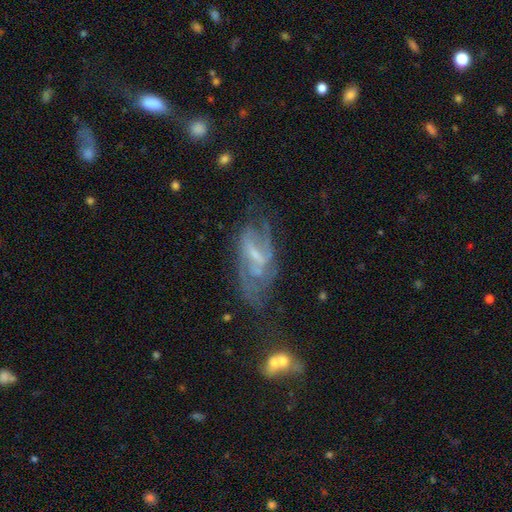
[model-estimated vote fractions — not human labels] Q: Smooth or featured?
A: featured or disk (78%); runner-up: smooth (13%)
Q: Edge-on disk?
A: no (93%); runner-up: yes (7%)
Q: Bar?
A: weak (47%); runner-up: strong (36%)
Q: Spiral arms?
A: yes (84%); runner-up: no (16%)
Q: Spiral winding?
A: medium (46%); runner-up: tight (29%)
Q: Spiral arm count?
A: 2 (51%); runner-up: can't tell (29%)
Q: Bulge size?
A: small (47%); runner-up: moderate (26%)
Q: Merging?
A: none (49%); runner-up: major disturbance (22%)